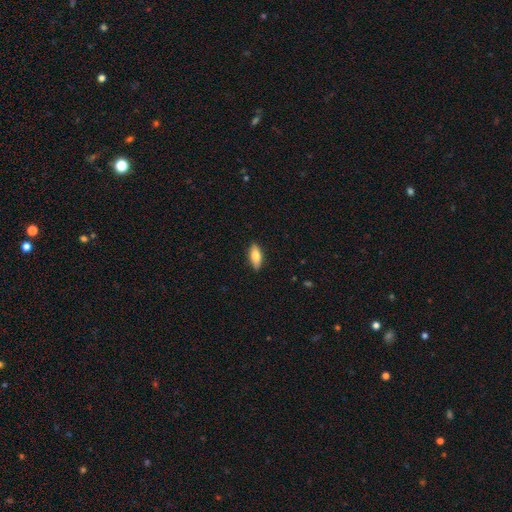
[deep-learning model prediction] Q: Smooth or featured?
A: smooth (74%); runner-up: featured or disk (20%)
Q: How rounded?
A: in between (76%); runner-up: cigar-shaped (22%)
Q: Merging?
A: none (87%); runner-up: minor disturbance (10%)